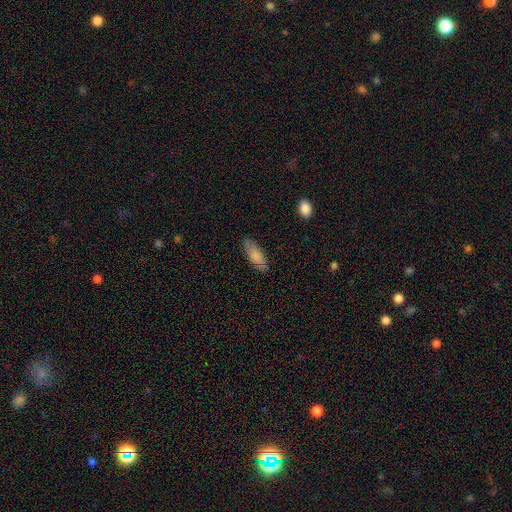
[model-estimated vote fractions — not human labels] This is clearly a smooth galaxy (80%). How rounded: likely in between (66%). Merging: clearly none (83%).